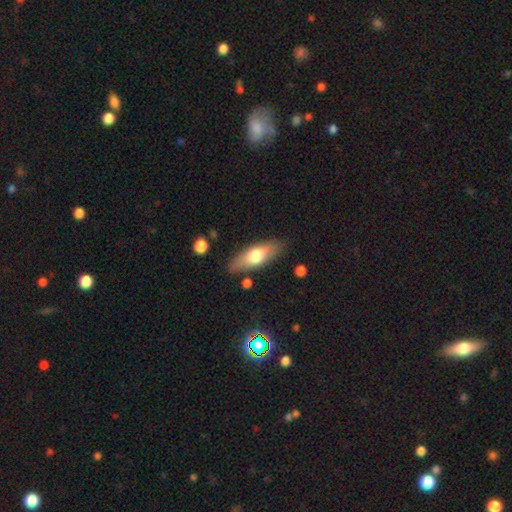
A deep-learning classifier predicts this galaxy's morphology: Smooth or featured?
  - smooth: 63% *
  - featured or disk: 32%
  - star or artifact: 6%
How rounded?
  - in between: 65% *
  - cigar-shaped: 33%
  - round: 3%
Merging?
  - none: 84% *
  - minor disturbance: 11%
  - major disturbance: 3%
  - merger: 2%